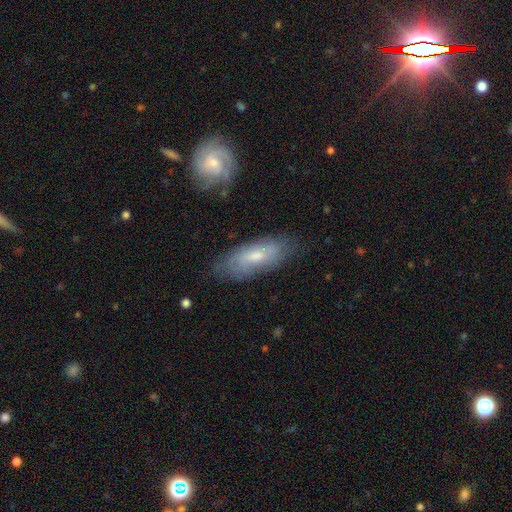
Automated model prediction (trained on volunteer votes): Q: Smooth or featured?
A: smooth (51%); runner-up: featured or disk (42%)
Q: How rounded?
A: in between (71%); runner-up: cigar-shaped (26%)
Q: Merging?
A: none (72%); runner-up: minor disturbance (20%)